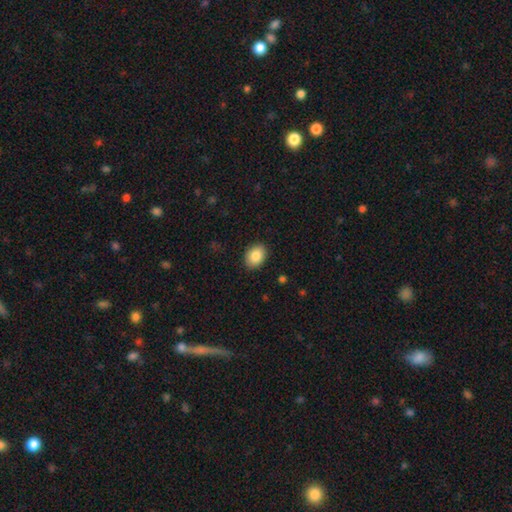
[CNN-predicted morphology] Overall: smooth (87%). How rounded: in between (73%). Merging: none (89%).